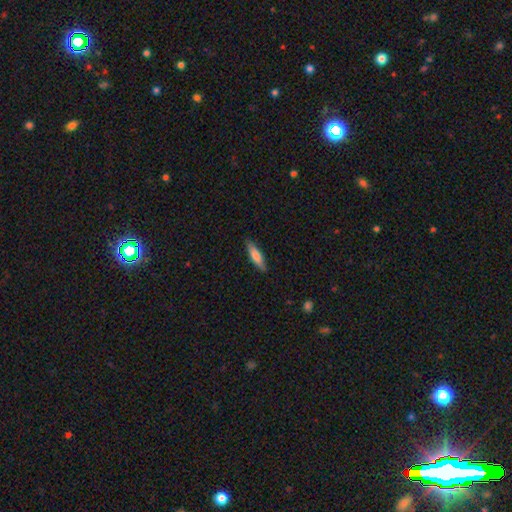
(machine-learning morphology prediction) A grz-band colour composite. It shows a smooth galaxy with no disk features (73%) that is cigar-shaped (71%). Merging: none (87%).